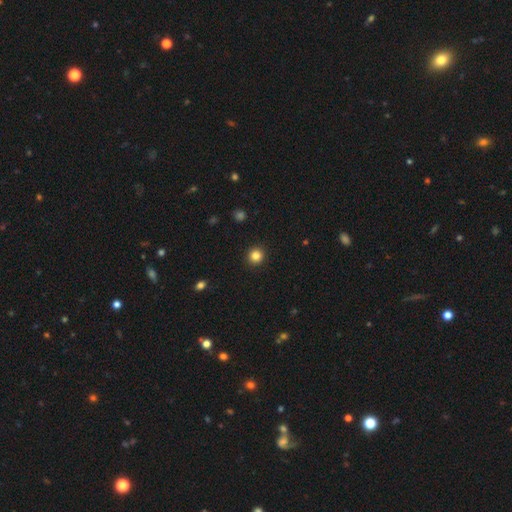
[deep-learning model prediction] smooth-or-featured: smooth: 84% | star or artifact: 12% | featured or disk: 5%
  how-rounded: round: 94% | in between: 5% | cigar-shaped: 1%
  merging: none: 93% | minor disturbance: 4% | major disturbance: 2% | merger: 1%